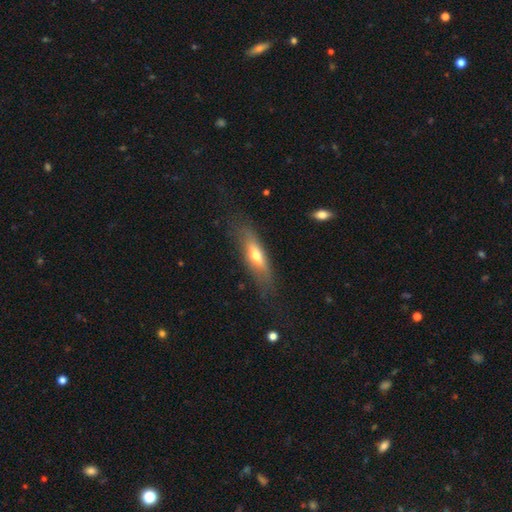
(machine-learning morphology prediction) smooth-or-featured: smooth: 55% | featured or disk: 38% | star or artifact: 7%
  how-rounded: cigar-shaped: 54% | in between: 43% | round: 3%
  merging: none: 70% | minor disturbance: 19% | major disturbance: 9% | merger: 2%